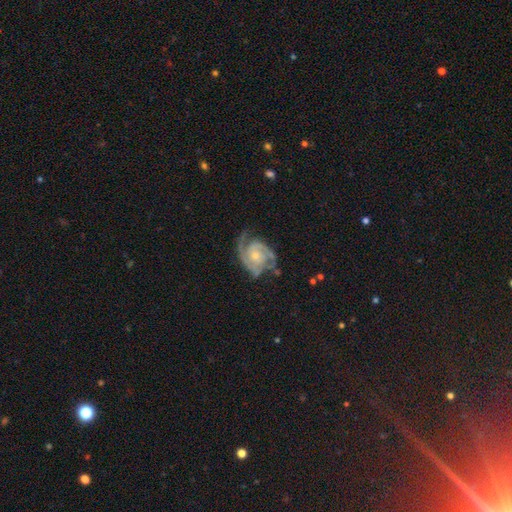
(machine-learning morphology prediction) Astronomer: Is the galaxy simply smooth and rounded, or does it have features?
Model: featured or disk — 90%.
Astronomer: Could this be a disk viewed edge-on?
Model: no — 98%.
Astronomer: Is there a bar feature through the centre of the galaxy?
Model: no — 71%.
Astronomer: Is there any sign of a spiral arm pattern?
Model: yes — 98%.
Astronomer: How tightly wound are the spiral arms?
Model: tight — 49% (runner-up: medium, 42%).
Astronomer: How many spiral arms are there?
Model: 2 — 66%.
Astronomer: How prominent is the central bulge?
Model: small — 61%.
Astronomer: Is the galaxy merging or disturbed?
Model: none — 64%.